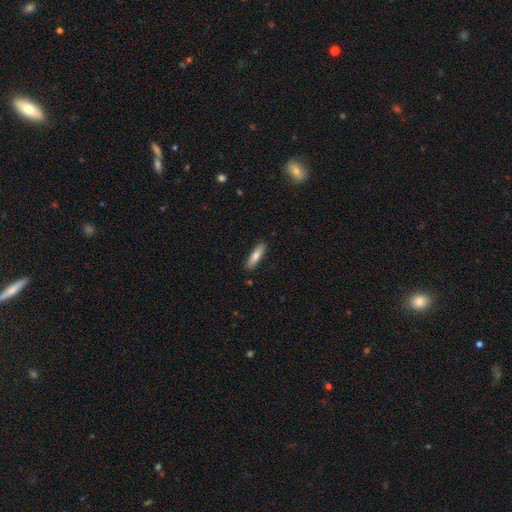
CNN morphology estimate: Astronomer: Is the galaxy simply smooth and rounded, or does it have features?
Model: smooth — 74%.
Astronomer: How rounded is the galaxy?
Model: cigar-shaped — 68%.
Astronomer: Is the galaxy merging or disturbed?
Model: none — 88%.